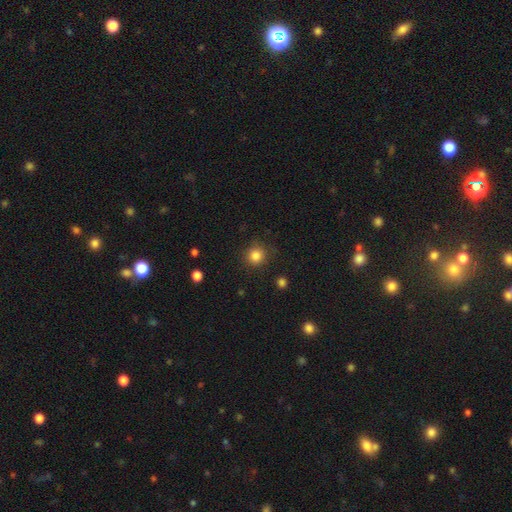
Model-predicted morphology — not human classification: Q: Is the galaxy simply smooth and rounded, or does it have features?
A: smooth — 84%.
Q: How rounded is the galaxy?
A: round — 91%.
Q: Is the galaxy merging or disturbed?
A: none — 87%.